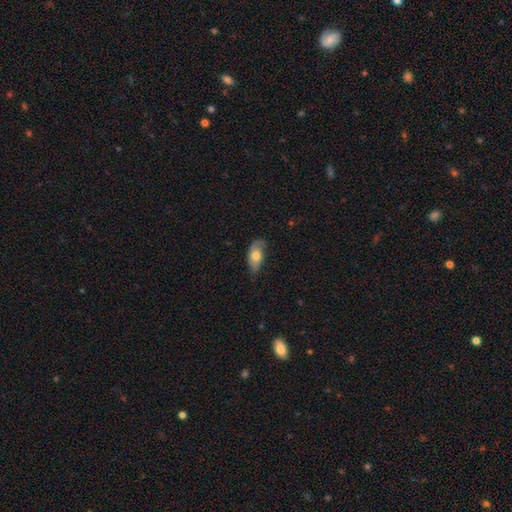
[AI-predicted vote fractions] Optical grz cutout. It shows a smooth galaxy with no disk features (58%) that is in between round and cigar-shaped (89%). Merging: none (58%).